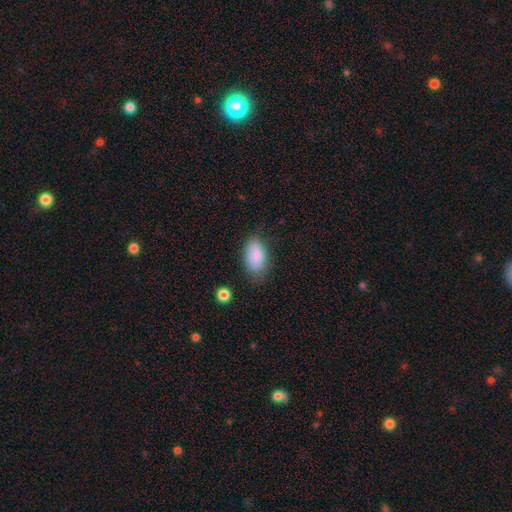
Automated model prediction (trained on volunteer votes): Morphology: type=smooth (86%); roundness=in between (93%); merging=none (69%).